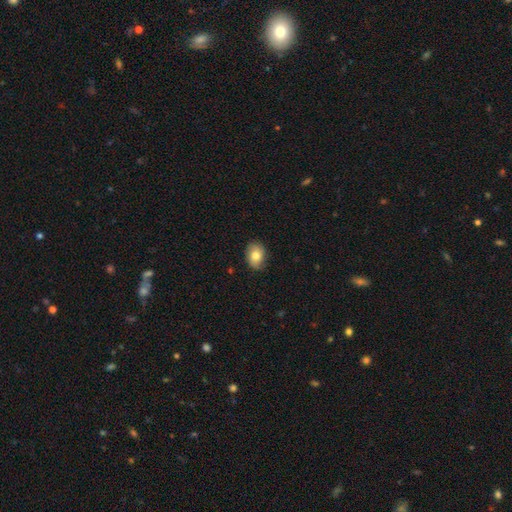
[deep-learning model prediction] smooth_or_featured: smooth (p=0.75) [alt: featured or disk p=0.17]
how_rounded: in between (p=0.72) [alt: round p=0.27]
merging: none (p=0.82) [alt: minor disturbance p=0.14]